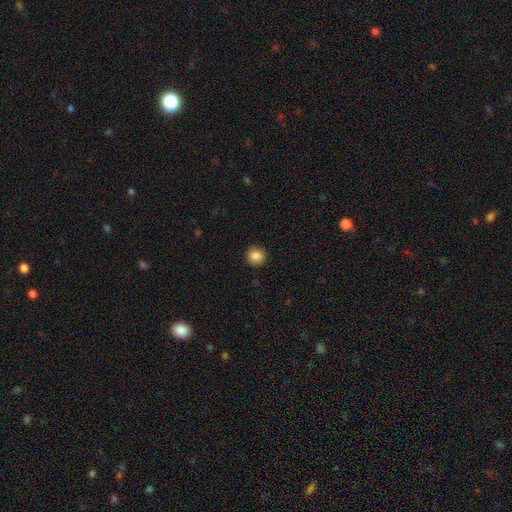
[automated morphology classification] smooth-or-featured: smooth: 86% | star or artifact: 9% | featured or disk: 5%
  how-rounded: round: 92% | in between: 7% | cigar-shaped: 1%
  merging: none: 91% | minor disturbance: 6% | major disturbance: 2% | merger: 1%